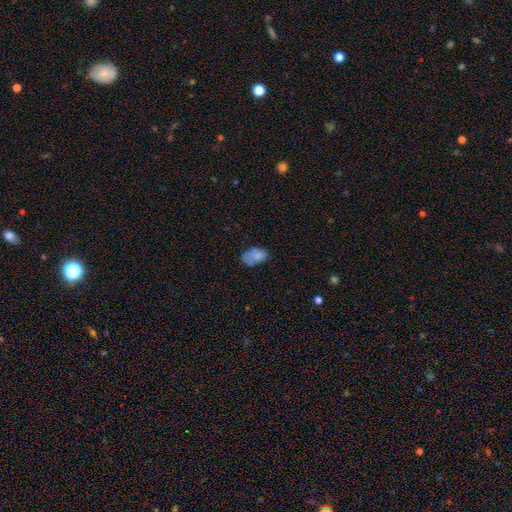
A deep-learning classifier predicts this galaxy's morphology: Smooth or featured? smooth (73%)
How rounded? in between (89%)
Merging? none (47%)